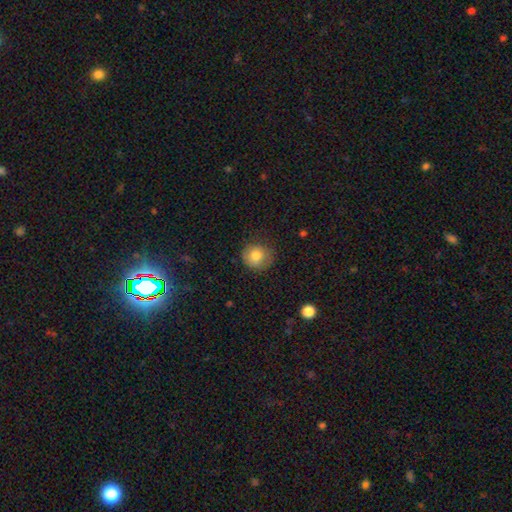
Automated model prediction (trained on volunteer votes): A smooth galaxy with no disk features (81%) that is round (88%).

Vote fractions:
- Smooth or featured? smooth: 81% / featured or disk: 10% / star or artifact: 9%
- How rounded? round: 88% / in between: 11% / cigar-shaped: 1%
- Merging? none: 77% / minor disturbance: 17% / major disturbance: 5% / merger: 1%